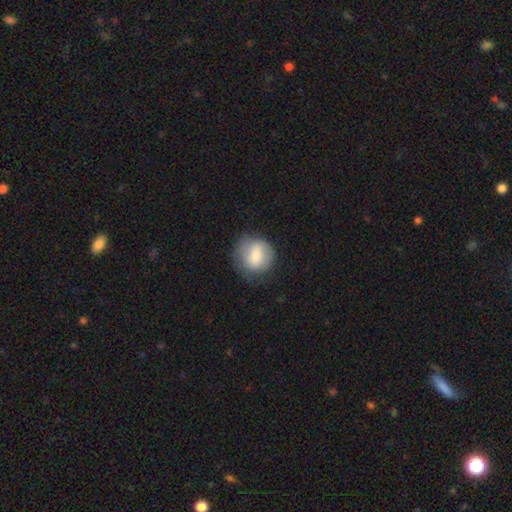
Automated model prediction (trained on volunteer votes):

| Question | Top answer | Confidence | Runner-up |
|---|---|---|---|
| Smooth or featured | smooth | 65% | featured or disk (27%) |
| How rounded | round | 87% | in between (12%) |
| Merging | none | 69% | minor disturbance (21%) |